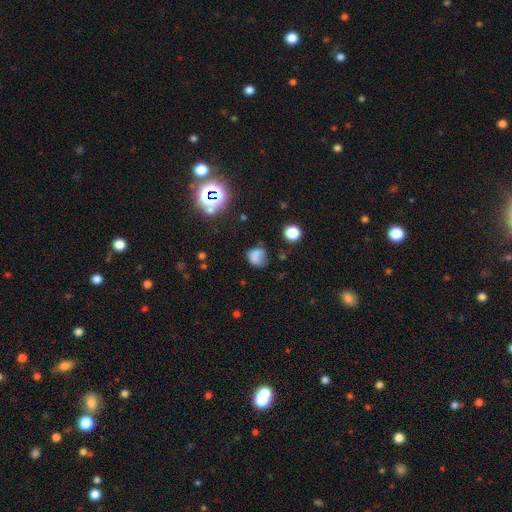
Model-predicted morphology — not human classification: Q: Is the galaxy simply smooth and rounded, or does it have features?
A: smooth — 70%.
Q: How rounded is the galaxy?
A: round — 61%.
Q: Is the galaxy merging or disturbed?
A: none — 47%.